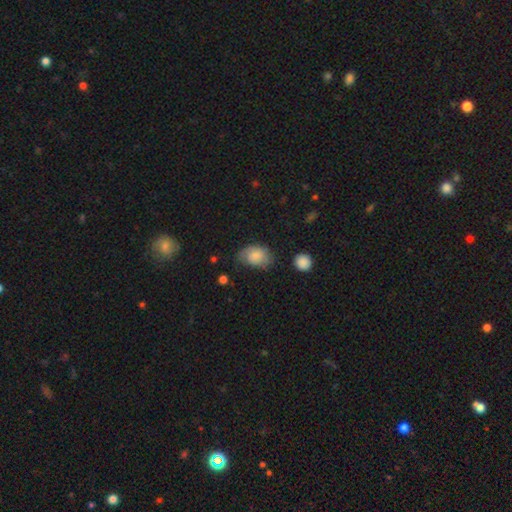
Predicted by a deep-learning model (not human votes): smooth-or-featured: smooth: 67% | featured or disk: 24% | star or artifact: 8%
  how-rounded: in between: 77% | round: 21% | cigar-shaped: 1%
  merging: none: 57% | minor disturbance: 30% | major disturbance: 11% | merger: 2%